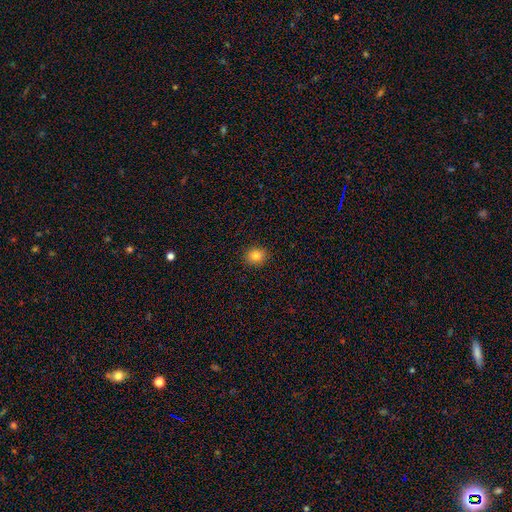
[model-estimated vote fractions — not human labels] Smooth or featured? Predicted: smooth (p=0.82). How rounded? Predicted: round (p=0.76). Merging? Predicted: none (p=0.91).